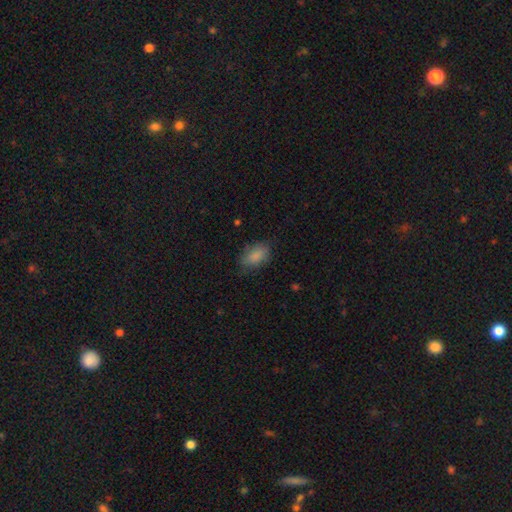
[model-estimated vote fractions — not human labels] The model was most divided on "merging": none: 73%, minor disturbance: 20%, major disturbance: 6%, merger: 1%. More confident: how rounded — in between (89%); smooth or featured — smooth (86%).